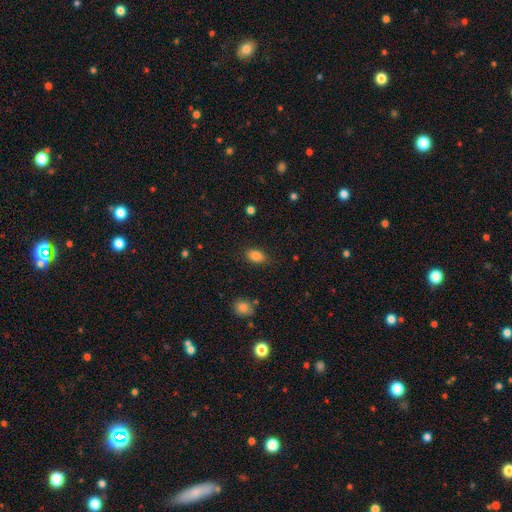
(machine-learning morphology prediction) smooth_or_featured: smooth (p=0.86) [alt: star or artifact p=0.09]
how_rounded: in between (p=0.85) [alt: round p=0.13]
merging: none (p=0.81) [alt: minor disturbance p=0.14]